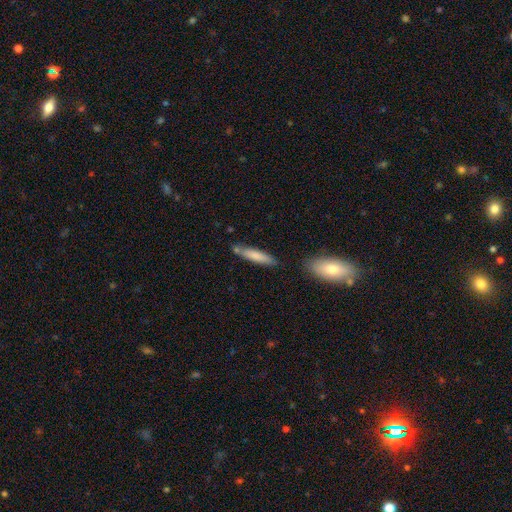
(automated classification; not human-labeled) This appears to be a smooth galaxy with no disk features (77%) that is cigar-shaped (83%). Merging: none (74%).